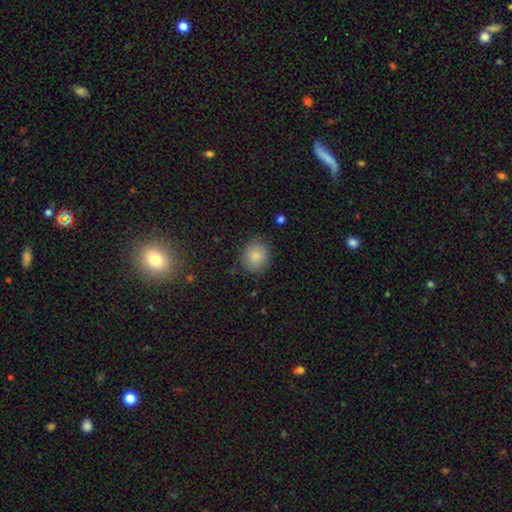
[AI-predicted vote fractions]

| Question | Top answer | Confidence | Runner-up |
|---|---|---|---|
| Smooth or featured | smooth | 85% | star or artifact (8%) |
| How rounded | round | 79% | in between (20%) |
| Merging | none | 83% | minor disturbance (12%) |